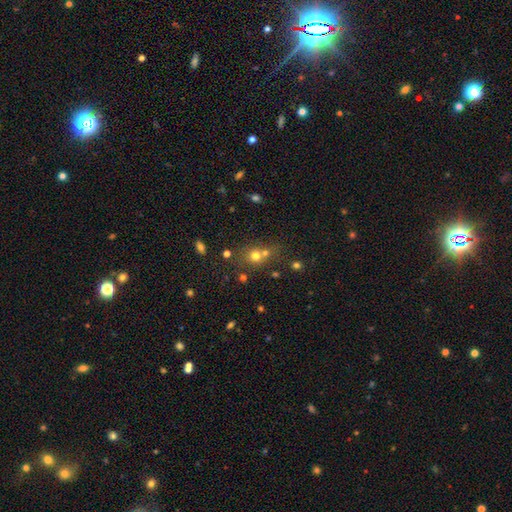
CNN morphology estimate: smooth-or-featured: smooth: 67% | star or artifact: 20% | featured or disk: 13%
  how-rounded: round: 81% | in between: 17% | cigar-shaped: 1%
  merging: none: 50% | merger: 37% | minor disturbance: 9% | major disturbance: 4%